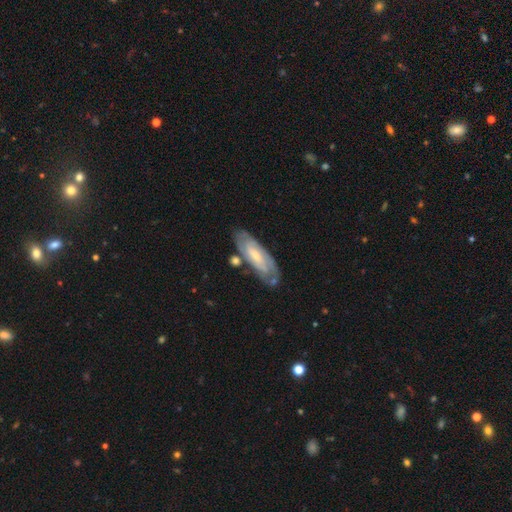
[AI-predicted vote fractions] Smooth or featured? featured or disk (67%)
Edge-on disk? no (84%)
Bar? no (51%)
Spiral arms? yes (84%)
Bulge size? small (62%)
Merging? none (69%)